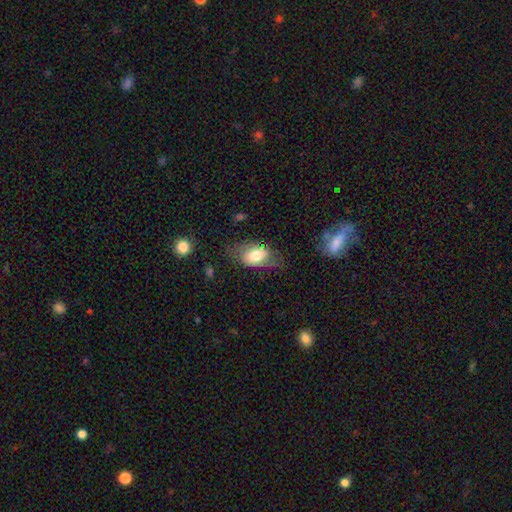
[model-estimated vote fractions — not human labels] Morphology: type=smooth (63%); roundness=in between (88%); merging=none (57%).